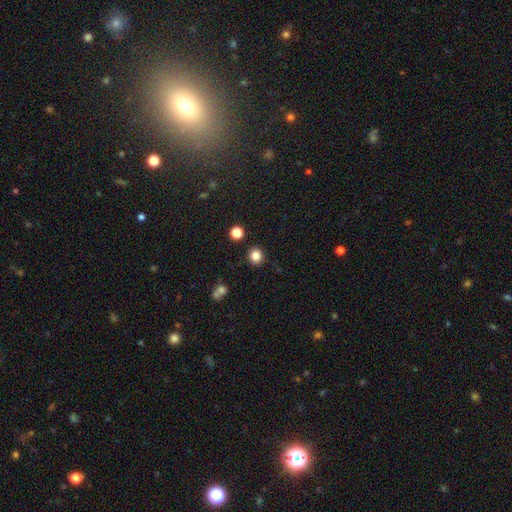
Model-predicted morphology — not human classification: Smooth or featured? Predicted: smooth (p=0.84). How rounded? Predicted: round (p=0.87). Merging? Predicted: none (p=0.89).